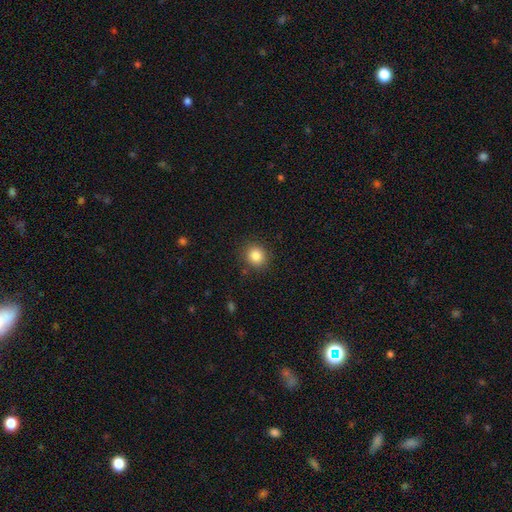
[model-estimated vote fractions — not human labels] Smooth or featured?
  - smooth: 85% *
  - star or artifact: 10%
  - featured or disk: 5%
How rounded?
  - round: 78% *
  - in between: 22%
  - cigar-shaped: 1%
Merging?
  - none: 87% *
  - minor disturbance: 9%
  - major disturbance: 3%
  - merger: 1%